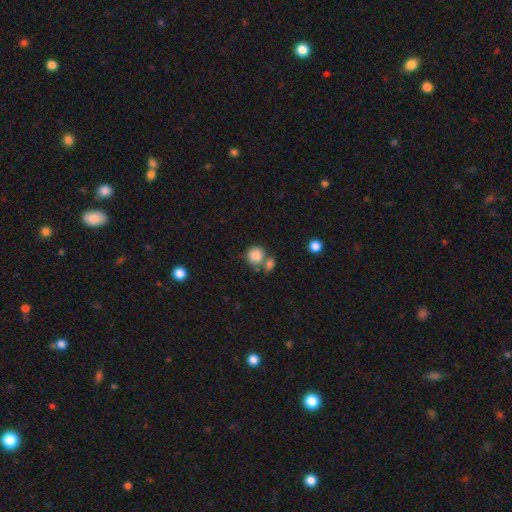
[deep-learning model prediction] This is clearly a smooth galaxy (84%). How rounded: clearly round (82%). Merging: possibly none (48%).